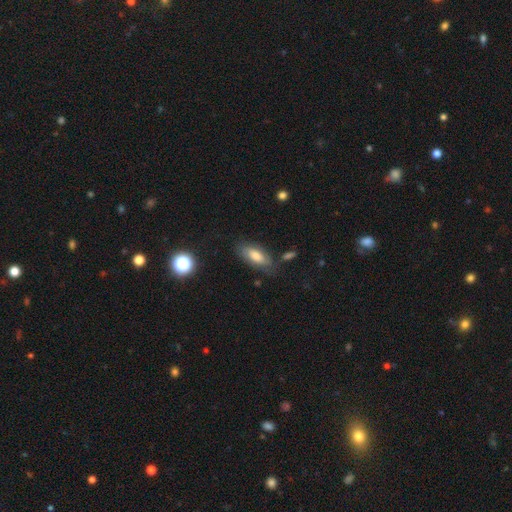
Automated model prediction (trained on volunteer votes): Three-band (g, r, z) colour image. It shows a smooth galaxy with no disk features (72%) that is in between round and cigar-shaped (83%). Merging: none (74%).